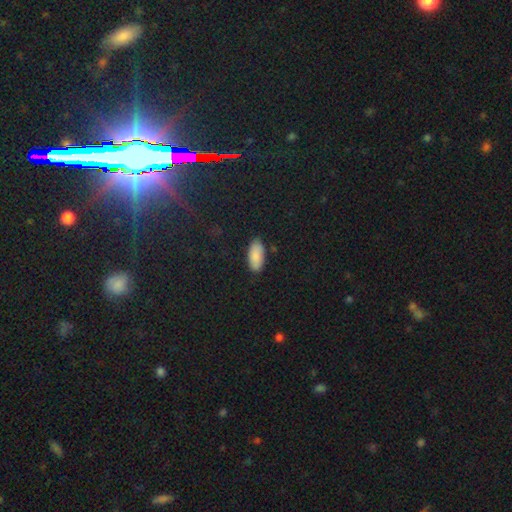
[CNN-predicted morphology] smooth-or-featured: smooth: 87% | star or artifact: 7% | featured or disk: 6%
  how-rounded: in between: 92% | cigar-shaped: 6% | round: 2%
  merging: none: 84% | minor disturbance: 12% | major disturbance: 3% | merger: 2%